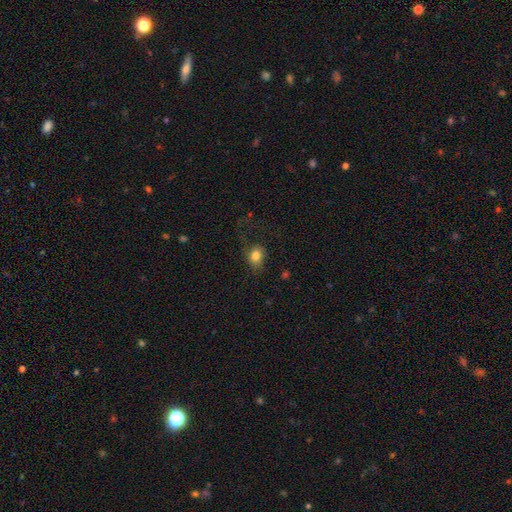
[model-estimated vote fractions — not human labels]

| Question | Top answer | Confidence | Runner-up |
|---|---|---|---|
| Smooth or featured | smooth | 81% | star or artifact (10%) |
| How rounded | round | 51% | in between (48%) |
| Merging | none | 64% | minor disturbance (20%) |